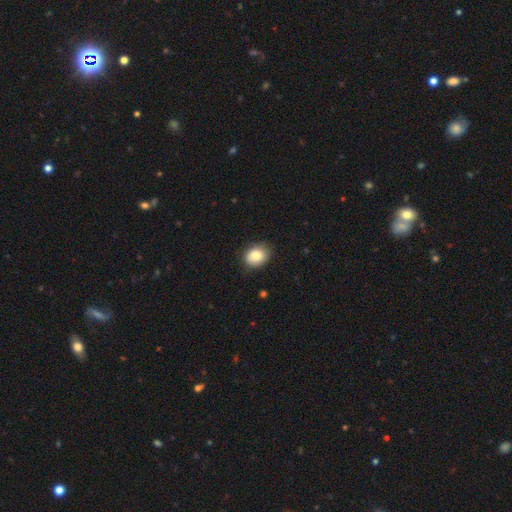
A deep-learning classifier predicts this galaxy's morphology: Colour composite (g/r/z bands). It shows a smooth galaxy with no disk features (84%) that is in between round and cigar-shaped (57%). Merging: none (80%).